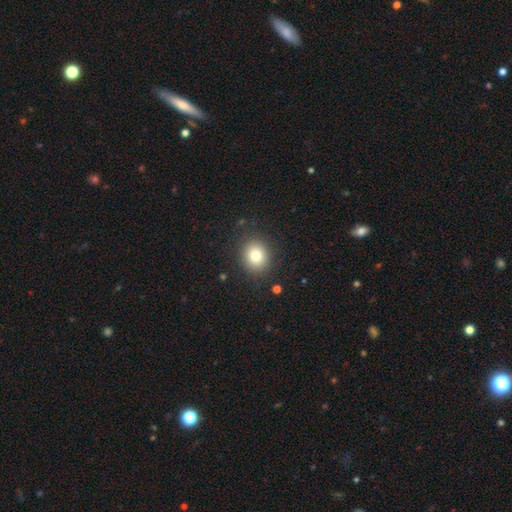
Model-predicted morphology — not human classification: The model was most divided on "how rounded": round: 72%, in between: 28%, cigar-shaped: 1%. More confident: merging — none (86%); smooth or featured — smooth (80%).